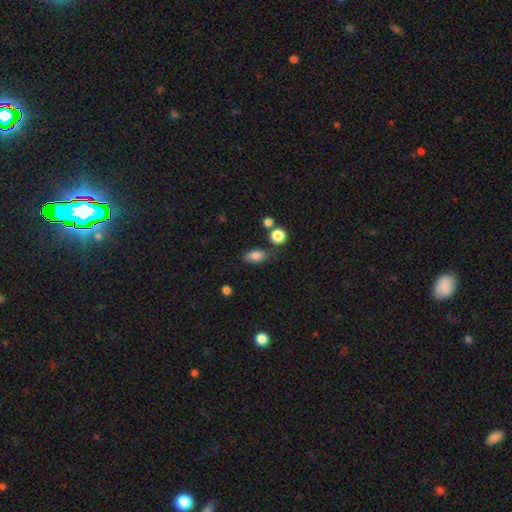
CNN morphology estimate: This appears to be a smooth galaxy with no disk features (84%) that is in between round and cigar-shaped (85%). Merging: none (71%).